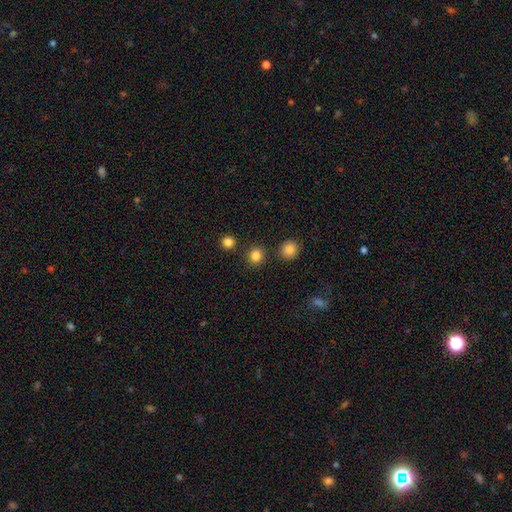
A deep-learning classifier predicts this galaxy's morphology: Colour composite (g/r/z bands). It shows a smooth galaxy with no disk features (83%) that is round (89%). Merging: none (86%).